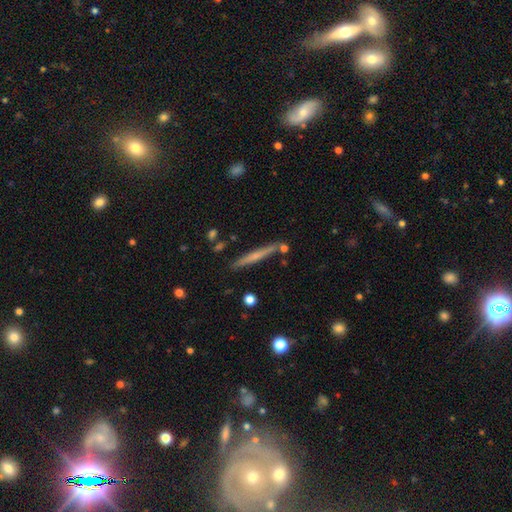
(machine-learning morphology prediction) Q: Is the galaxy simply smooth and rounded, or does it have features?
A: smooth — 48%.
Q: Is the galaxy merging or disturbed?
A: none — 86%.